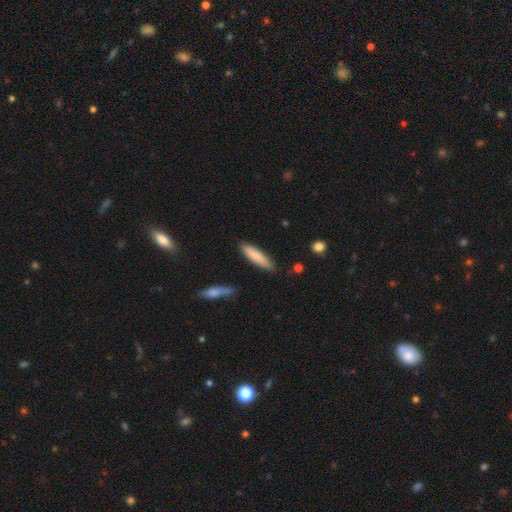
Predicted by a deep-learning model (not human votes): Overall: smooth (81%). How rounded: cigar-shaped (75%). Merging: none (86%).